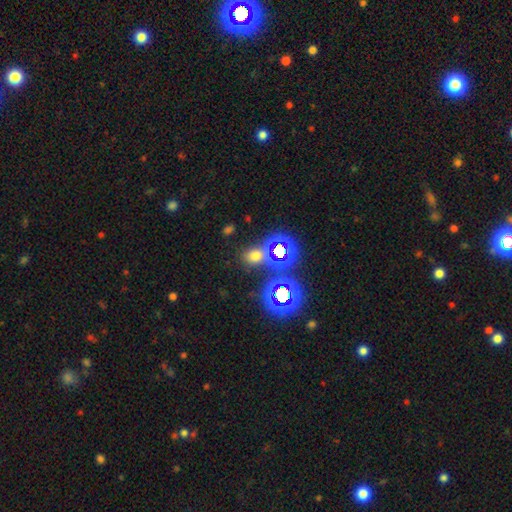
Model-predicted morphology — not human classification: Smooth or featured? Predicted: smooth (p=0.55). How rounded? Predicted: round (p=0.53). Merging? Predicted: none (p=0.70).